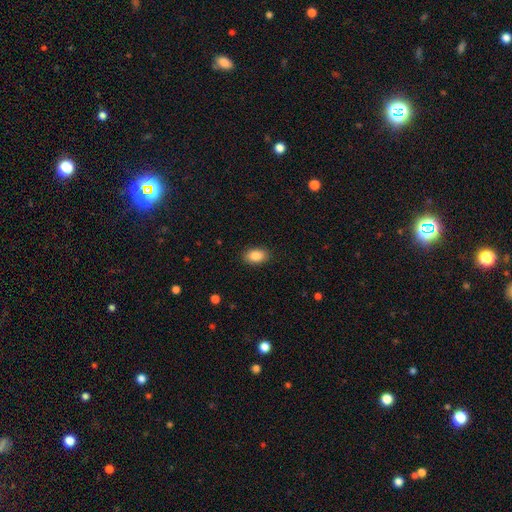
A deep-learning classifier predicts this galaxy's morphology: This is clearly a smooth galaxy (89%). How rounded: clearly in between (91%). Merging: clearly none (89%).